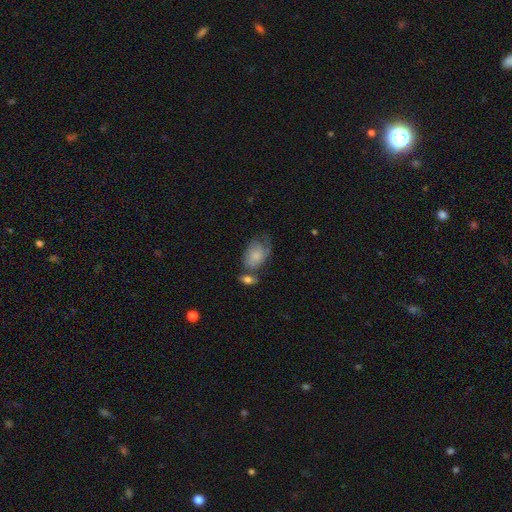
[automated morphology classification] Q: Smooth or featured?
A: smooth (61%); runner-up: featured or disk (32%)
Q: How rounded?
A: in between (85%); runner-up: round (14%)
Q: Merging?
A: none (36%); runner-up: minor disturbance (28%)